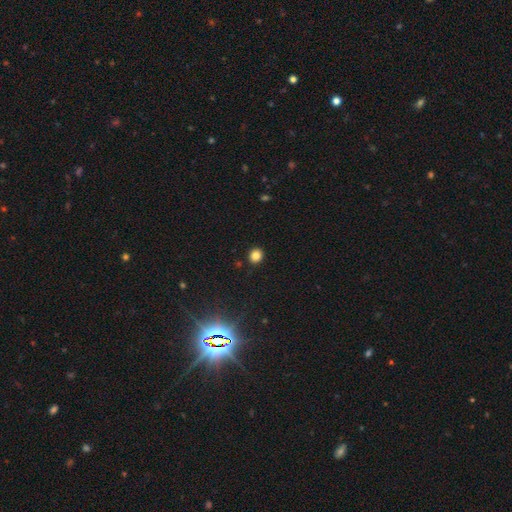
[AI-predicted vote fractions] A smooth galaxy with no disk features (82%) that is round (78%). Merging: none (90%).